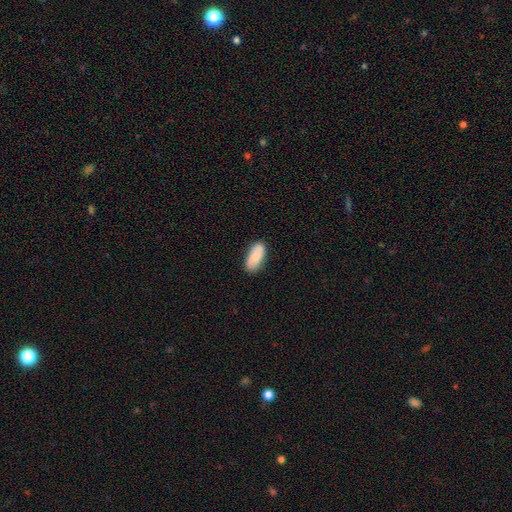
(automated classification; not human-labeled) Morphology: type=smooth (78%); roundness=in between (90%); merging=none (83%).